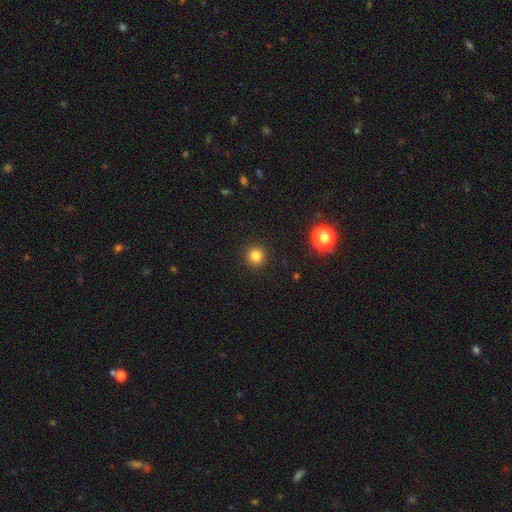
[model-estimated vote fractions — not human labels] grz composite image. It shows a smooth galaxy with no disk features (82%) that is round (94%). Merging: none (92%).